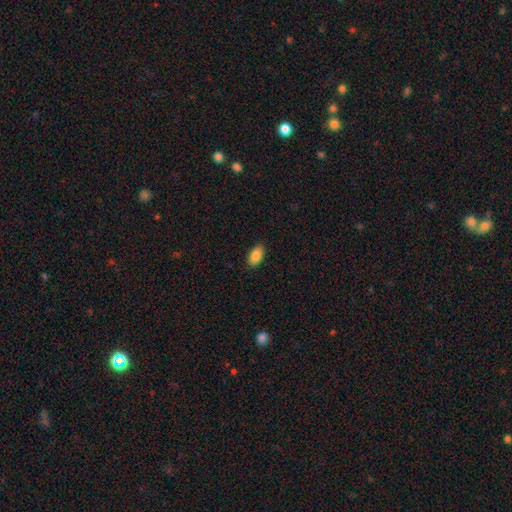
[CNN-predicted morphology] Smooth or featured? Predicted: smooth (p=0.87). How rounded? Predicted: in between (p=0.94). Merging? Predicted: none (p=0.88).